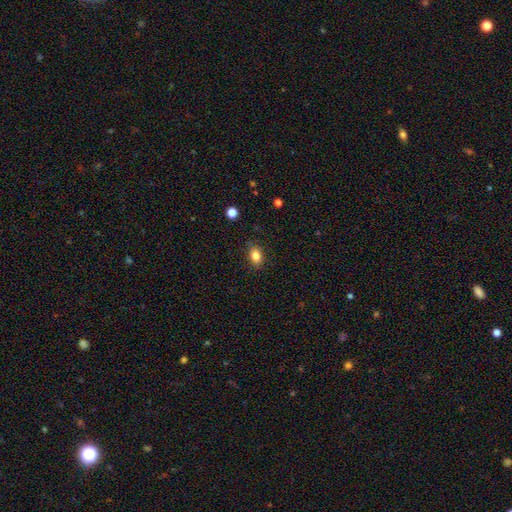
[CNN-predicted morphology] Smooth or featured? smooth (84%)
How rounded? in between (78%)
Merging? none (85%)